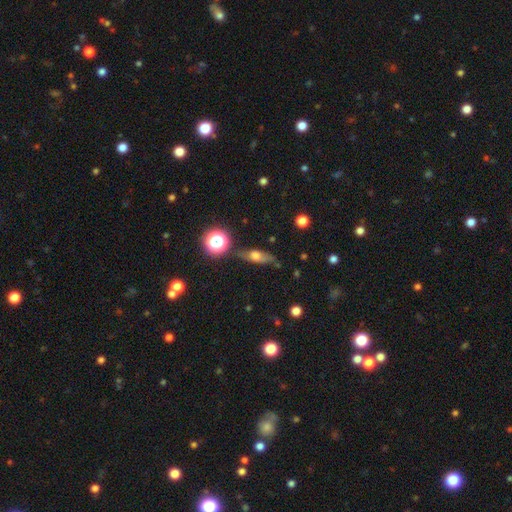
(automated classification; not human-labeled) smooth_or_featured: smooth (p=0.47) [alt: featured or disk p=0.40]
merging: none (p=0.73) [alt: minor disturbance p=0.18]